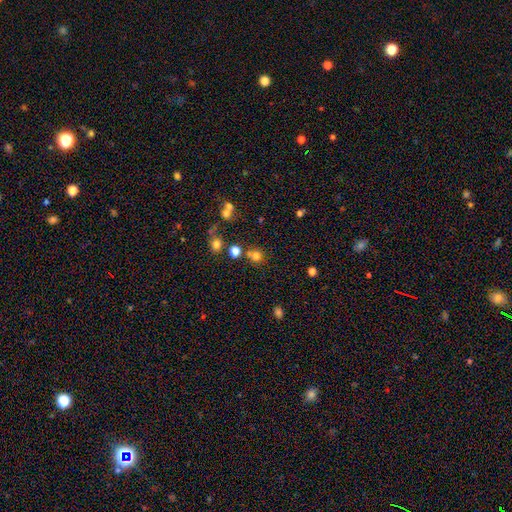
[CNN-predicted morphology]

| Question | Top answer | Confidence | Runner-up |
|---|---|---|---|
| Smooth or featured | smooth | 73% | star or artifact (19%) |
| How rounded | round | 90% | in between (9%) |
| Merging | none | 69% | merger (18%) |